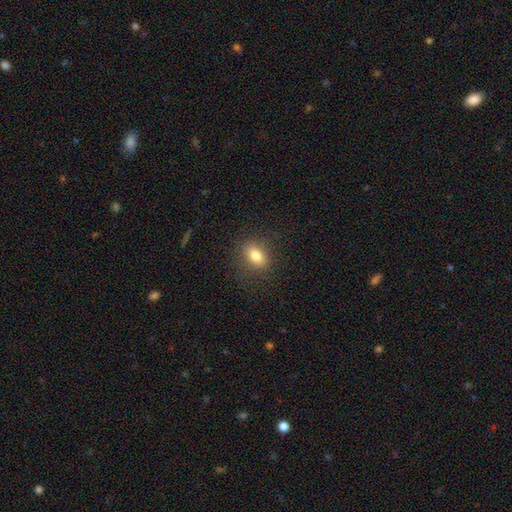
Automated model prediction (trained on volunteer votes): smooth 81%, star or artifact 10%, featured or disk 9%. Down the decision tree: how rounded — in between (77%); merging — none (86%).